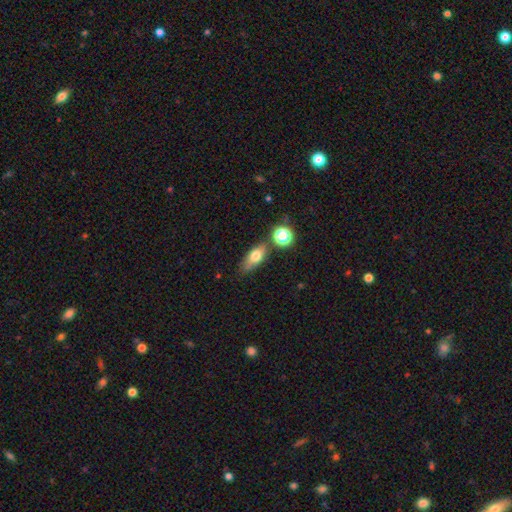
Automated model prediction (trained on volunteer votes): This appears to be a smooth galaxy with no disk features (71%) that is in between round and cigar-shaped (72%). Merging: none (64%).